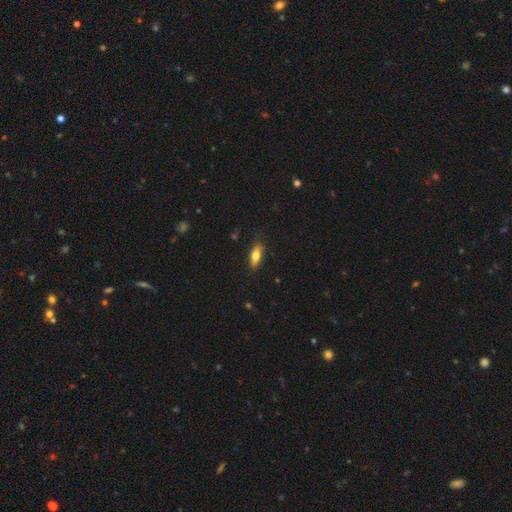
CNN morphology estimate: Smooth or featured?
  - smooth: 69% *
  - featured or disk: 25%
  - star or artifact: 7%
How rounded?
  - in between: 65% *
  - cigar-shaped: 31%
  - round: 3%
Merging?
  - none: 81% *
  - minor disturbance: 15%
  - major disturbance: 3%
  - merger: 1%